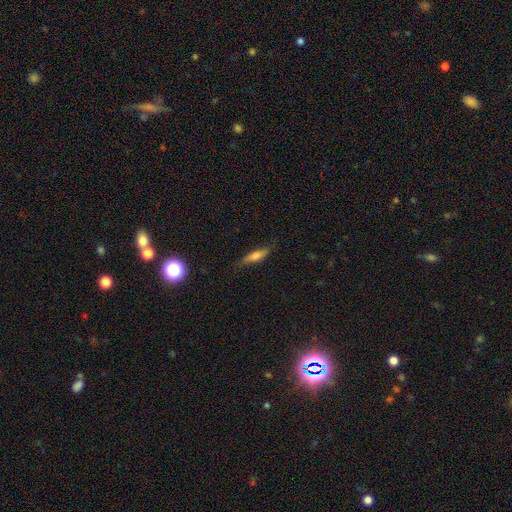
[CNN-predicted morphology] smooth_or_featured: smooth (p=0.56) [alt: featured or disk p=0.35]
how_rounded: cigar-shaped (p=0.69) [alt: in between p=0.28]
merging: none (p=0.74) [alt: minor disturbance p=0.21]